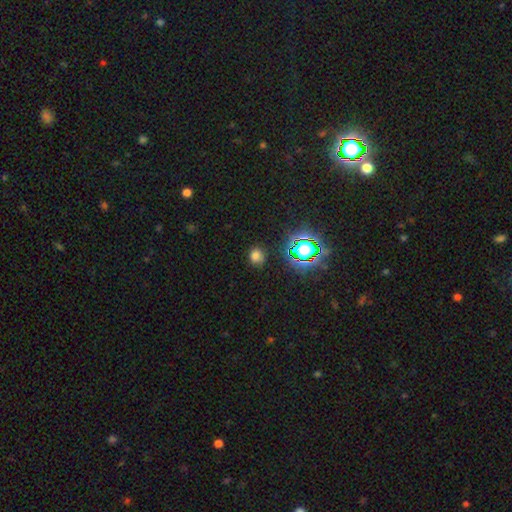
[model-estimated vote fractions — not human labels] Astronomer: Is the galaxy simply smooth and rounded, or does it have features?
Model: smooth — 68%.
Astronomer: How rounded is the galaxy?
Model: round — 75%.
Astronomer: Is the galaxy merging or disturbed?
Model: none — 80%.